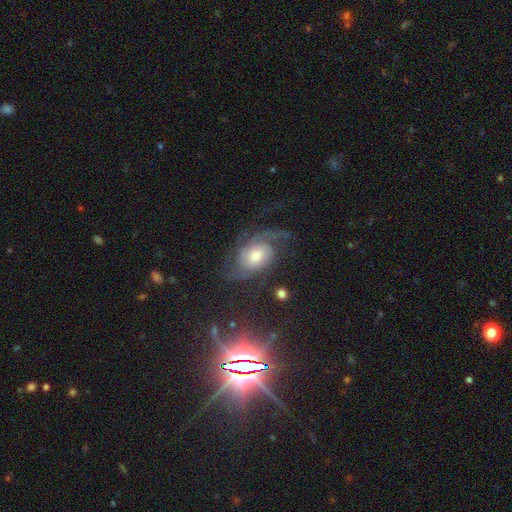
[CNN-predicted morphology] Q: Smooth or featured?
A: featured or disk (81%); runner-up: smooth (10%)
Q: Edge-on disk?
A: no (97%); runner-up: yes (3%)
Q: Bar?
A: no (67%); runner-up: weak (27%)
Q: Spiral arms?
A: yes (96%); runner-up: no (4%)
Q: Spiral winding?
A: medium (46%); runner-up: tight (32%)
Q: Spiral arm count?
A: 2 (46%); runner-up: 3 (20%)
Q: Bulge size?
A: moderate (58%); runner-up: small (21%)
Q: Merging?
A: none (64%); runner-up: minor disturbance (17%)